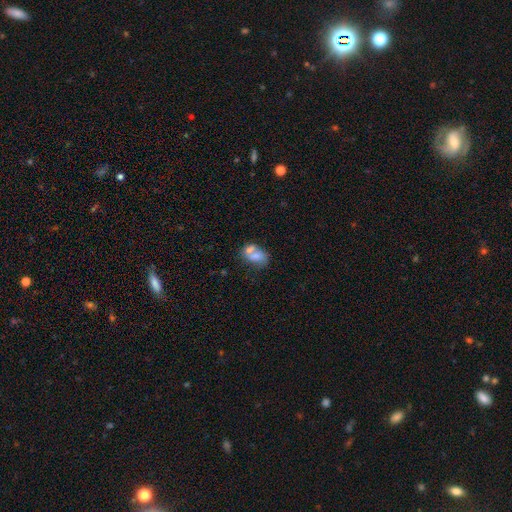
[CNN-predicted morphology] This is likely a smooth galaxy (62%). How rounded: likely in between (76%). Merging: possibly merger (50%).